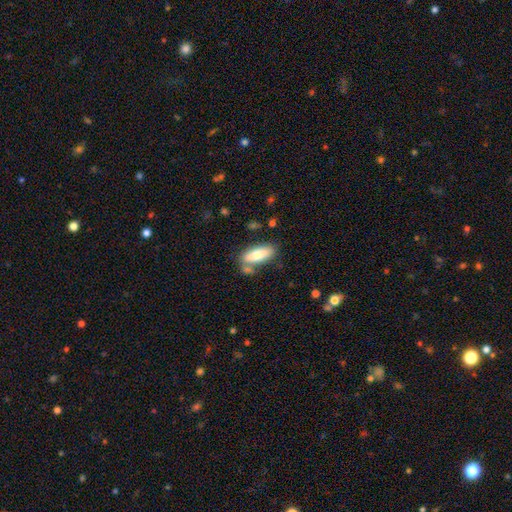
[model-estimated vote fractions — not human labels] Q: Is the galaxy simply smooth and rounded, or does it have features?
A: smooth — 78%.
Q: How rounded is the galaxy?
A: in between — 71%.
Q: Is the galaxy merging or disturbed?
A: none — 65%.